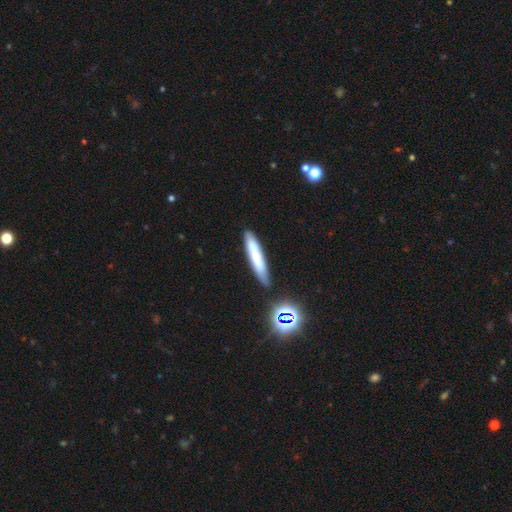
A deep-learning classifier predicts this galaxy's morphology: A smooth galaxy with no disk features (66%) that is cigar-shaped (89%). Merging: none (83%).